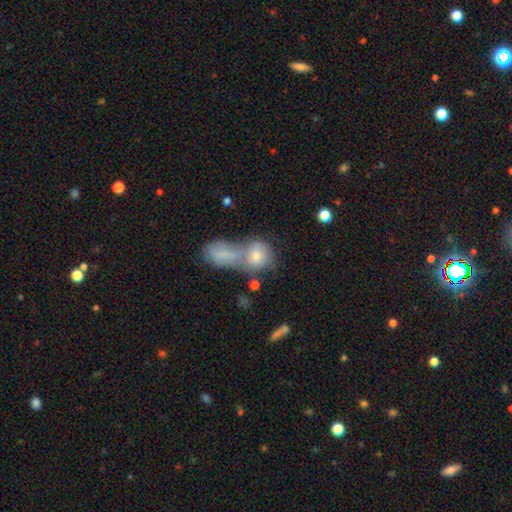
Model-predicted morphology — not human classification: Overall: smooth (51%; featured or disk 25%). How rounded: round (48%; in between 44%). Merging: merger (54%; none 33%).